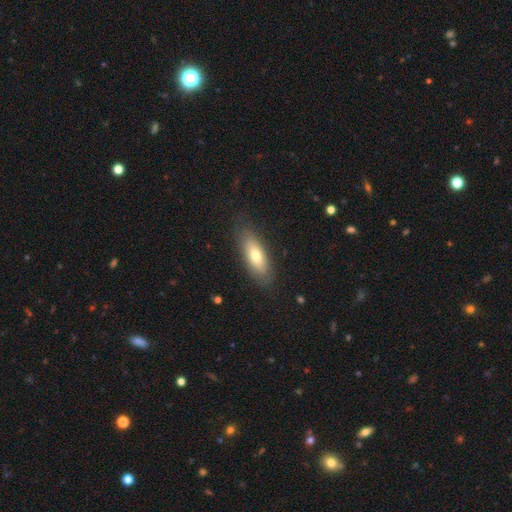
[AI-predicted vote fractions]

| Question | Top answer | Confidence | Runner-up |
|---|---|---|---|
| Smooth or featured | smooth | 68% | featured or disk (26%) |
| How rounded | in between | 69% | cigar-shaped (28%) |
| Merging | none | 83% | minor disturbance (13%) |